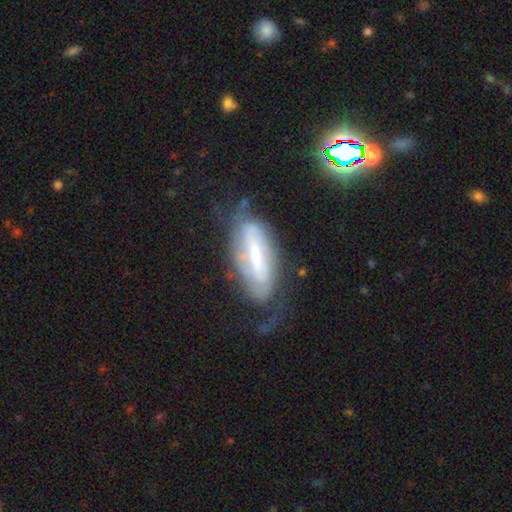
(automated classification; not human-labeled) Overall: featured or disk (69%). Edge-on disk: no (83%). Bar: strong (51%; weak 32%). Spiral arms: yes (81%). Bulge size: small (45%; moderate 33%). Merging: none (54%; minor disturbance 26%).